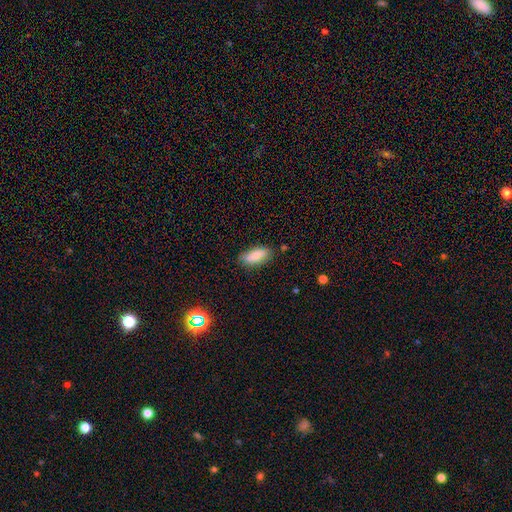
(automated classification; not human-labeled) smooth-or-featured: smooth: 80% | featured or disk: 13% | star or artifact: 7%
  how-rounded: in between: 83% | cigar-shaped: 14% | round: 3%
  merging: none: 78% | minor disturbance: 17% | major disturbance: 3% | merger: 2%